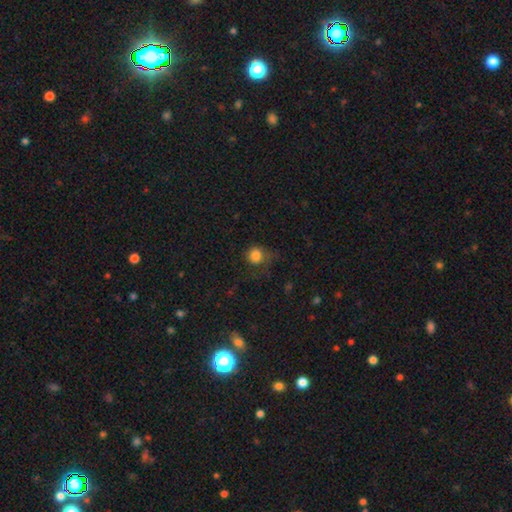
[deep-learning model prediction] Smooth or featured? smooth (81%)
How rounded? round (86%)
Merging? none (52%)